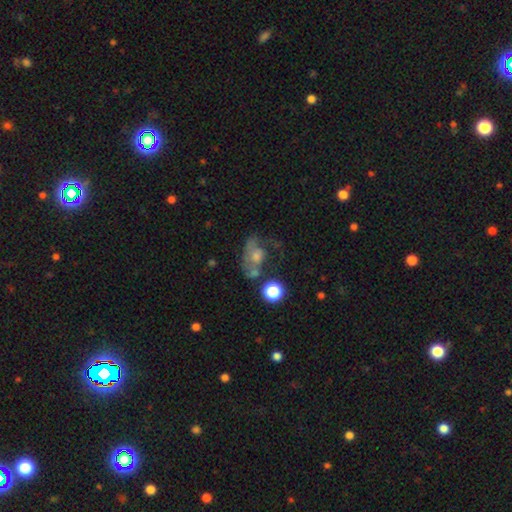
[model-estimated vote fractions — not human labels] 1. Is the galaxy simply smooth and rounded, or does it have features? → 46% featured or disk, 38% smooth, 16% star or artifact.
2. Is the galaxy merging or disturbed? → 36% major disturbance, 29% none, 20% minor disturbance, 15% merger.